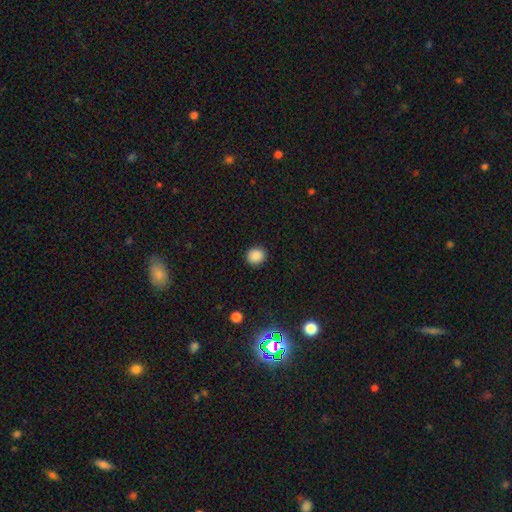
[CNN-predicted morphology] This is clearly a smooth galaxy (87%). How rounded: clearly round (90%). Merging: clearly none (92%).